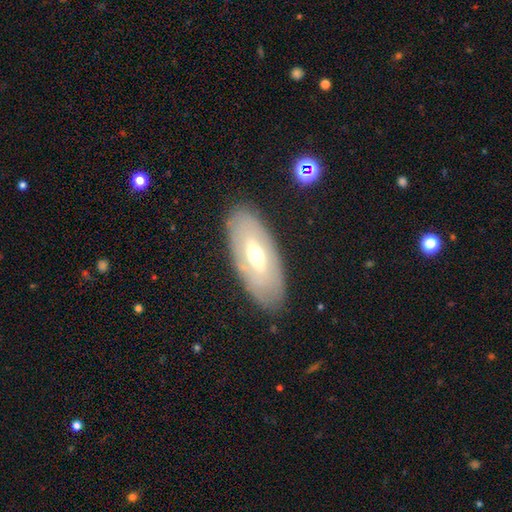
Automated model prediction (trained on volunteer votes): The model was most divided on "smooth or featured": featured or disk: 60%, smooth: 33%, star or artifact: 7%. More confident: merging — none (83%); edge-on disk — no (81%).